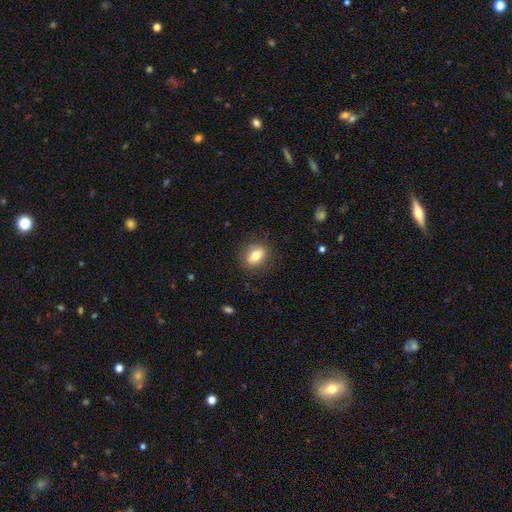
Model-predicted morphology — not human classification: type=smooth (75%); roundness=in between (67%); merging=none (83%).